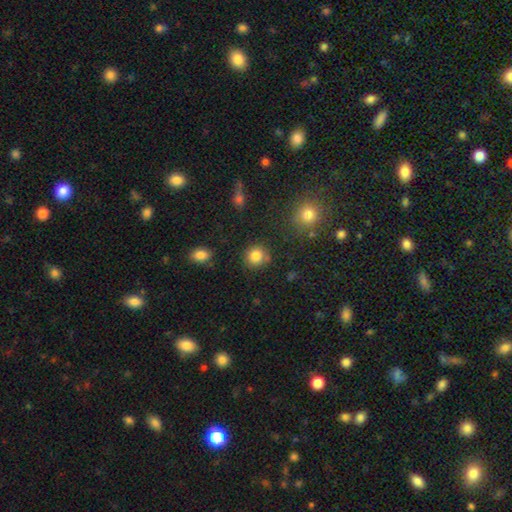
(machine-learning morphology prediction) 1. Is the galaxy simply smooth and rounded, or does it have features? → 84% smooth, 11% star or artifact, 5% featured or disk.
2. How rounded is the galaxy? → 89% round, 10% in between, 1% cigar-shaped.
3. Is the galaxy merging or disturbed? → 82% none, 11% minor disturbance, 4% merger, 3% major disturbance.